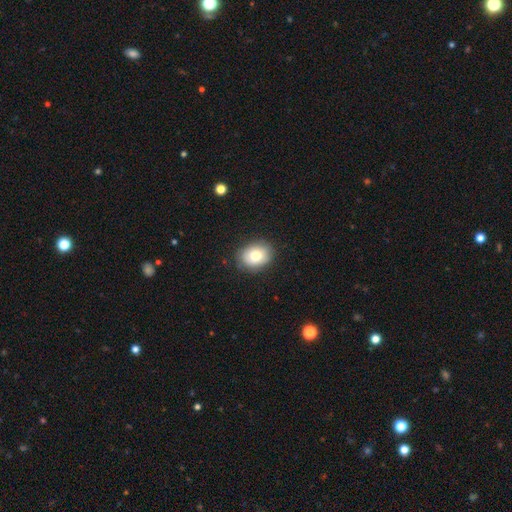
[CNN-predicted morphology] smooth 75%, featured or disk 16%, star or artifact 9%. Down the decision tree: how rounded — in between (57%); merging — none (83%).